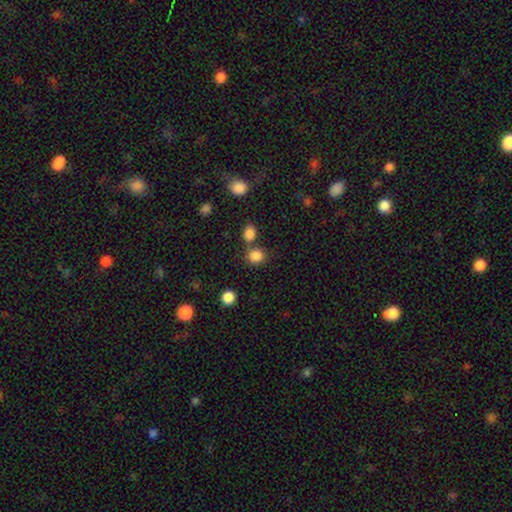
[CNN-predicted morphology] Smooth or featured: smooth — 84% (star or artifact — 11%)
How rounded: round — 75% (in between — 24%)
Merging: none — 65% (merger — 22%)